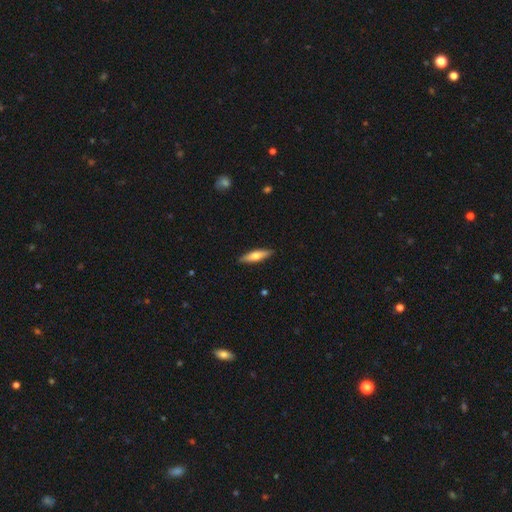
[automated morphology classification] A smooth galaxy with no disk features (55%) that is cigar-shaped (74%).

Vote fractions:
- Smooth or featured? smooth: 55% / featured or disk: 39% / star or artifact: 5%
- How rounded? cigar-shaped: 74% / in between: 24% / round: 2%
- Merging? none: 90% / minor disturbance: 8% / major disturbance: 2% / merger: 1%